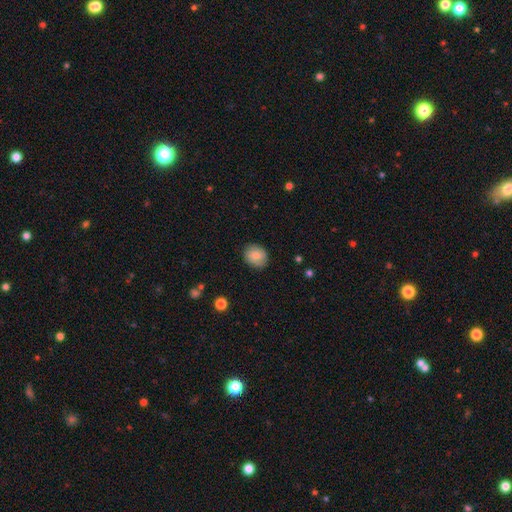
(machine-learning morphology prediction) smooth 78%, featured or disk 14%, star or artifact 8%. Down the decision tree: how rounded — round (63%); merging — none (85%).